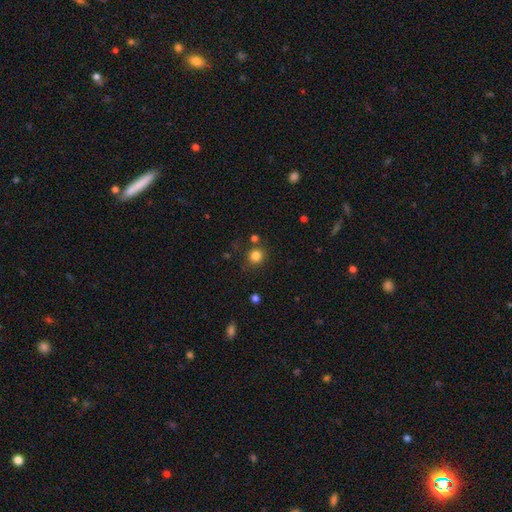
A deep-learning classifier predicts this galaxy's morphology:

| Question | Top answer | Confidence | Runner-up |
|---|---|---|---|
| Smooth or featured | smooth | 82% | star or artifact (13%) |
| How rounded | round | 89% | in between (10%) |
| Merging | none | 82% | minor disturbance (9%) |